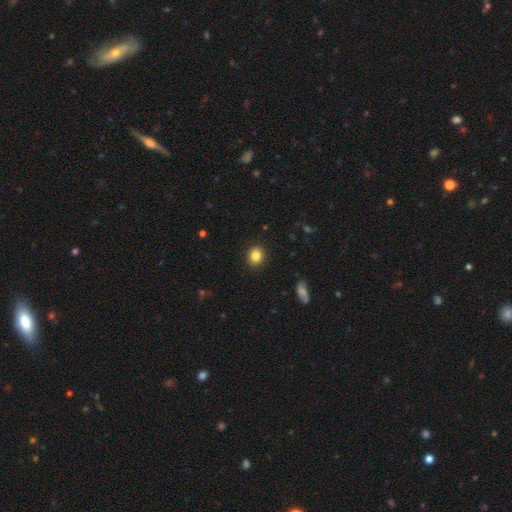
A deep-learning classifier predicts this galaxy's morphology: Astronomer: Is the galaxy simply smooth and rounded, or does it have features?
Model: smooth — 85%.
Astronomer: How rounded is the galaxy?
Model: round — 69%.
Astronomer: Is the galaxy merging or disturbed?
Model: none — 91%.